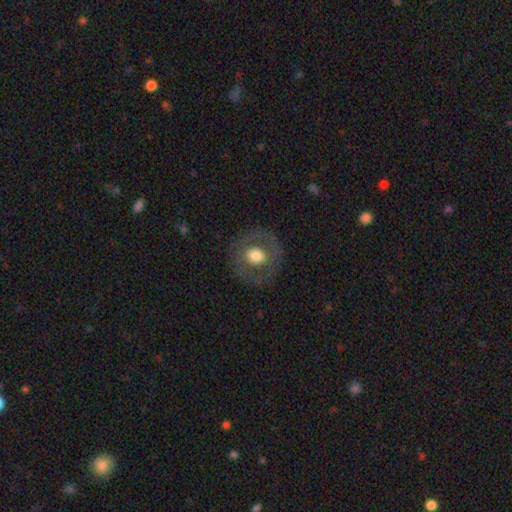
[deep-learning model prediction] This is possibly a smooth galaxy (55%). How rounded: clearly round (83%). Merging: clearly none (81%).